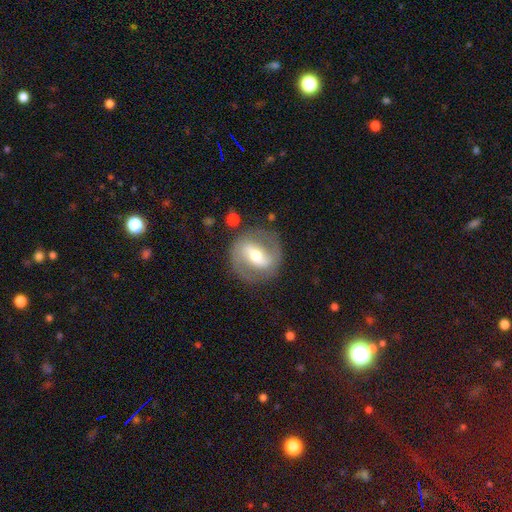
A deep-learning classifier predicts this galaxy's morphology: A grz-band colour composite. It shows a featured or disk galaxy (75%) with a strong bar (49%), 2 (87%) medium (48%) spiral arms (76%) and a moderate central bulge (66%). Merging: none (82%).